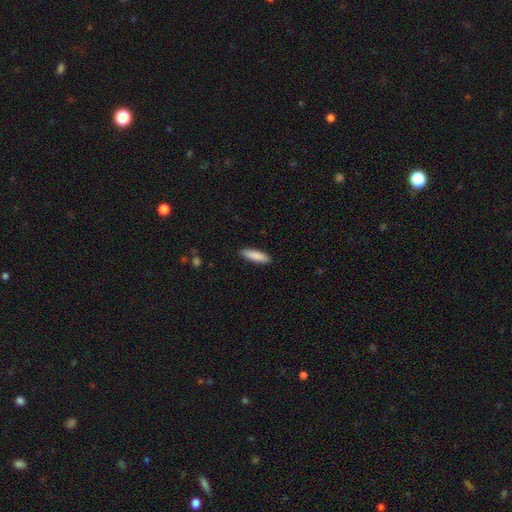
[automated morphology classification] smooth 88%, featured or disk 6%, star or artifact 6%. Down the decision tree: how rounded — cigar-shaped (58%); merging — none (90%).